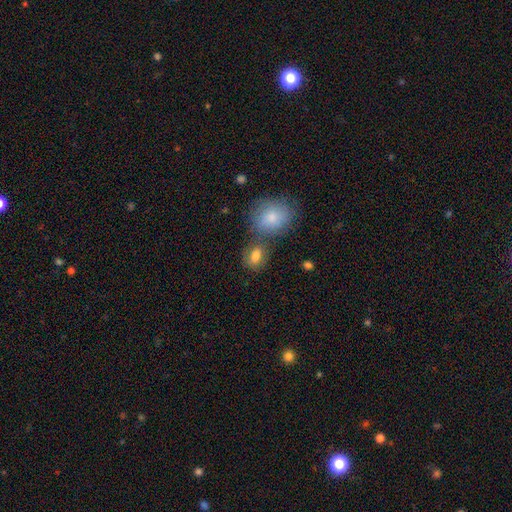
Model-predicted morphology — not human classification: This is likely a smooth galaxy (80%). How rounded: likely in between (66%). Merging: possibly none (58%).